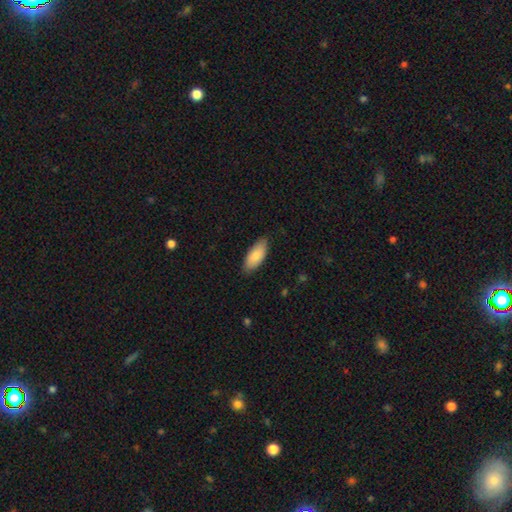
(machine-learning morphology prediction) A smooth galaxy with no disk features (85%) that is in between round and cigar-shaped (84%).

Vote fractions:
- Smooth or featured? smooth: 85% / featured or disk: 10% / star or artifact: 6%
- How rounded? in between: 84% / cigar-shaped: 14% / round: 2%
- Merging? none: 84% / minor disturbance: 13% / major disturbance: 2% / merger: 1%